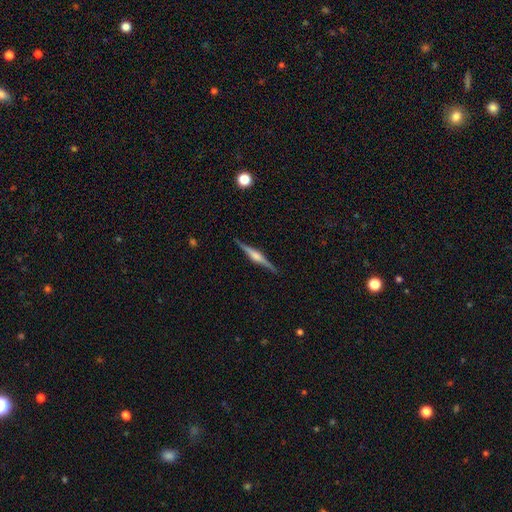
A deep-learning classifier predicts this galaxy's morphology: featured or disk 80%, smooth 14%, star or artifact 6%. Down the decision tree: edge-on disk — yes (98%); edge-on bulge — rounded (73%); merging — none (90%).